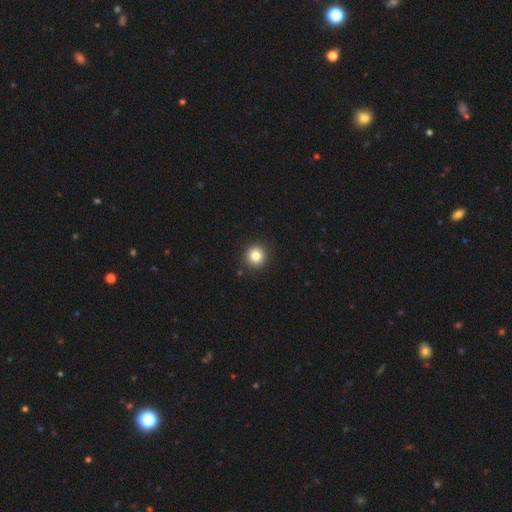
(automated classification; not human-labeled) Morphology: type=smooth (83%); roundness=round (94%); merging=none (91%).